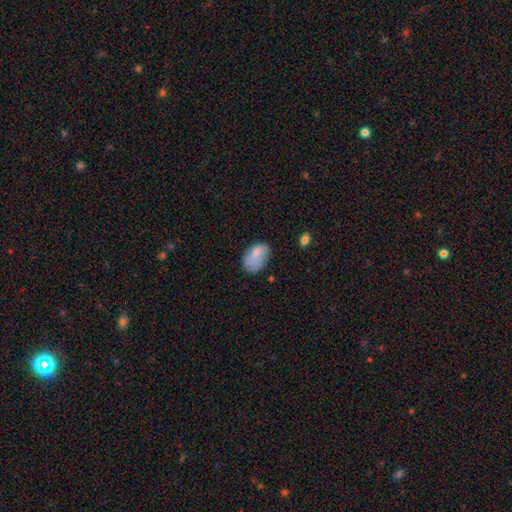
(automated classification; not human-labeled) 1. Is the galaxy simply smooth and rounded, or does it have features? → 78% smooth, 14% featured or disk, 8% star or artifact.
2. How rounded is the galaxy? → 89% in between, 10% round, 1% cigar-shaped.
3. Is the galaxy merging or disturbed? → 53% none, 32% minor disturbance, 12% major disturbance, 3% merger.